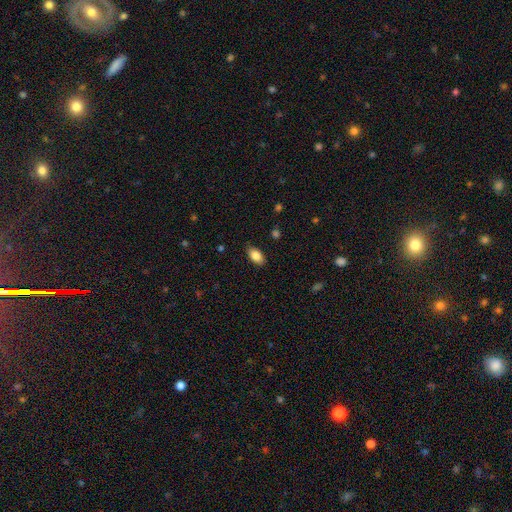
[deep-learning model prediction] smooth-or-featured: smooth: 86% | star or artifact: 7% | featured or disk: 7%
  how-rounded: in between: 92% | round: 5% | cigar-shaped: 4%
  merging: none: 86% | minor disturbance: 11% | major disturbance: 2% | merger: 1%